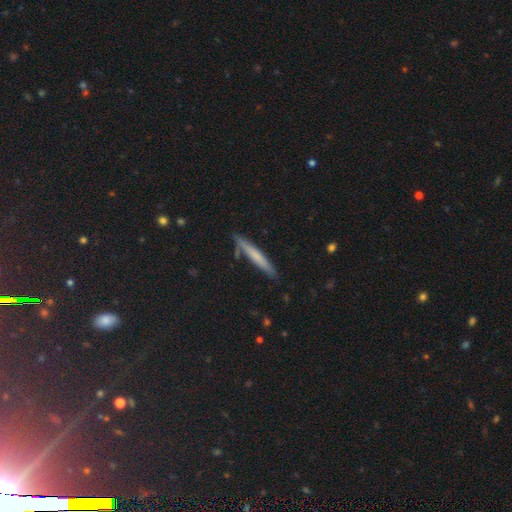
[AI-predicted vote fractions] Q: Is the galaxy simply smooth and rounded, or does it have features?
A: smooth — 60%.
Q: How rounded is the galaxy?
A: cigar-shaped — 94%.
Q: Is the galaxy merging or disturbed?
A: none — 83%.